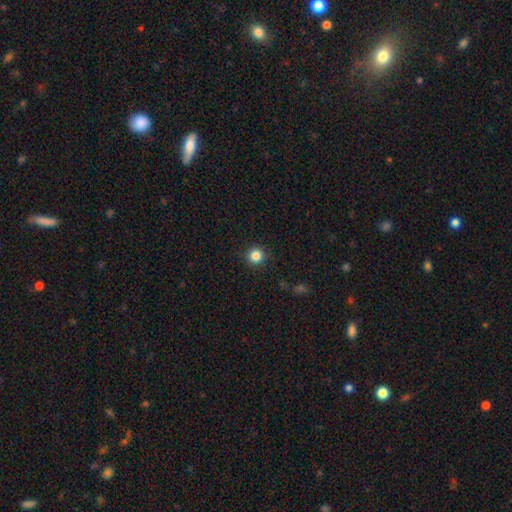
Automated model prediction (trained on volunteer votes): smooth 84%, star or artifact 12%, featured or disk 5%. Down the decision tree: how rounded — round (95%); merging — none (92%).